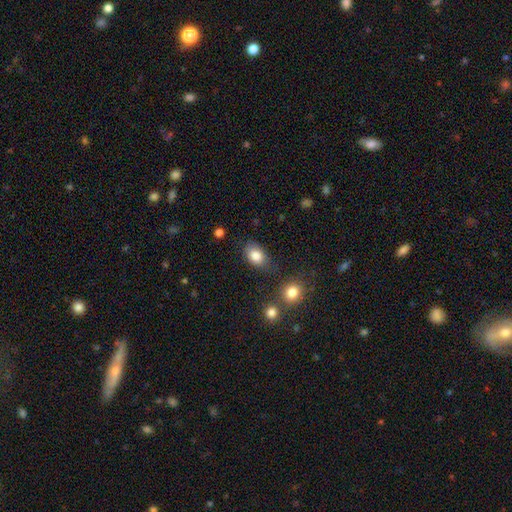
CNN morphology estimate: smooth 84%, star or artifact 8%, featured or disk 7%. Down the decision tree: how rounded — in between (83%); merging — none (74%).